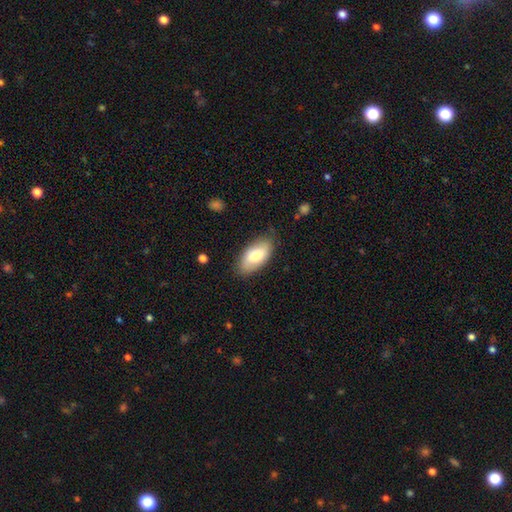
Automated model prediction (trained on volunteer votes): Smooth or featured?
  - smooth: 72% *
  - featured or disk: 22%
  - star or artifact: 6%
How rounded?
  - in between: 93% *
  - cigar-shaped: 4%
  - round: 3%
Merging?
  - none: 81% *
  - minor disturbance: 15%
  - major disturbance: 3%
  - merger: 1%